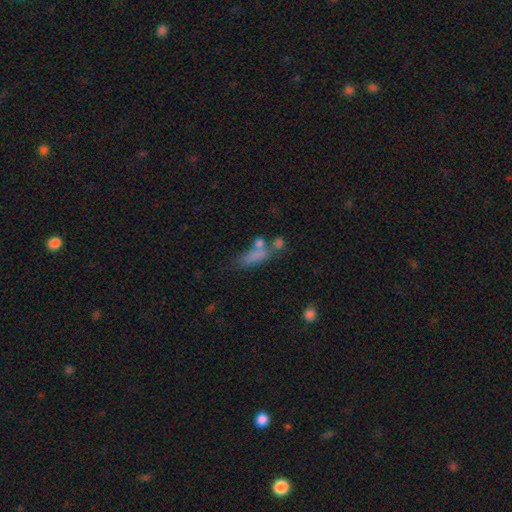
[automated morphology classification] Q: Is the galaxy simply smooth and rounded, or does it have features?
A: smooth — 68%.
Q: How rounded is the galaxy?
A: in between — 57%.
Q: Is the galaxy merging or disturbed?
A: none — 34%.